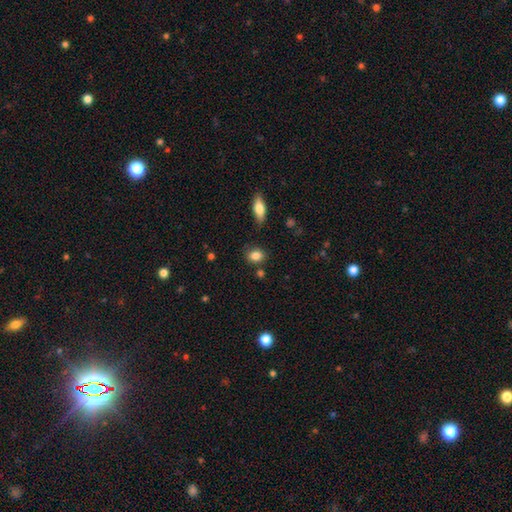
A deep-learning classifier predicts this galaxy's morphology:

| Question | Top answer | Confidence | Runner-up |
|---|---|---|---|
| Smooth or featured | smooth | 85% | star or artifact (9%) |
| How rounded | round | 51% | in between (47%) |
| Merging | none | 77% | minor disturbance (14%) |